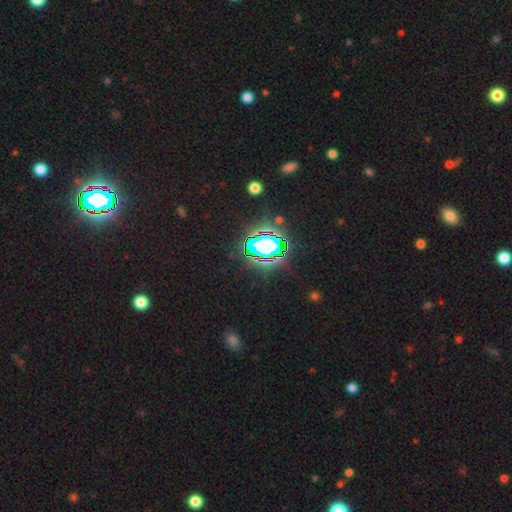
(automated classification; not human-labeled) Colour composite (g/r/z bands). It shows a star or artifact, not a galaxy (82%).